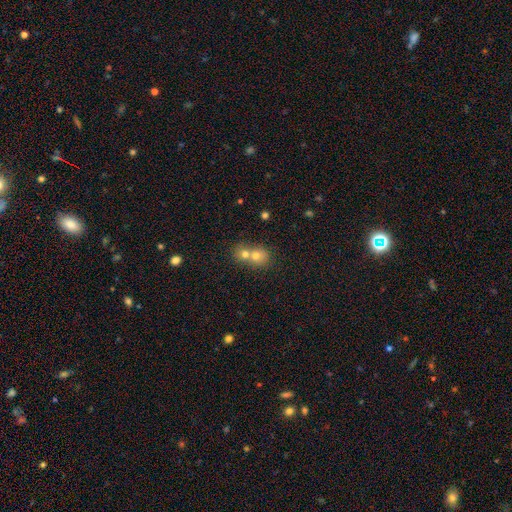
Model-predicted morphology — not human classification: smooth-or-featured: smooth: 67% | featured or disk: 17% | star or artifact: 15%
  how-rounded: round: 70% | in between: 29% | cigar-shaped: 1%
  merging: merger: 62% | none: 30% | minor disturbance: 5% | major disturbance: 3%